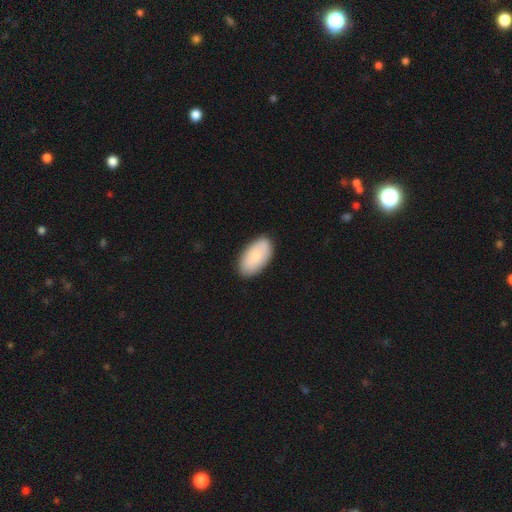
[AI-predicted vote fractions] A smooth galaxy with no disk features (85%) that is in between round and cigar-shaped (96%).

Vote fractions:
- Smooth or featured? smooth: 85% / featured or disk: 10% / star or artifact: 6%
- How rounded? in between: 96% / round: 2% / cigar-shaped: 2%
- Merging? none: 87% / minor disturbance: 10% / major disturbance: 2% / merger: 1%